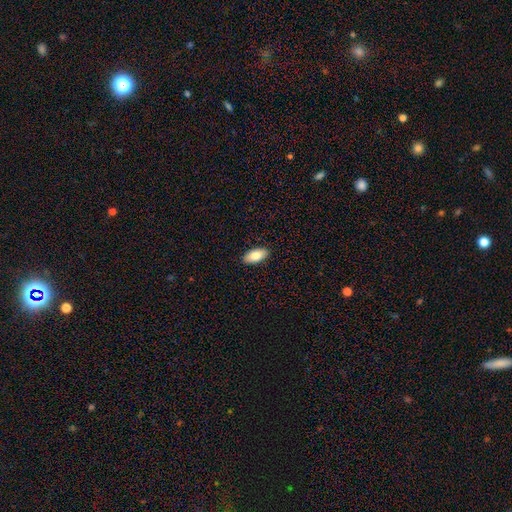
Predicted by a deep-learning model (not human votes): This appears to be a smooth galaxy with no disk features (82%) that is in between round and cigar-shaped (93%). Merging: none (90%).